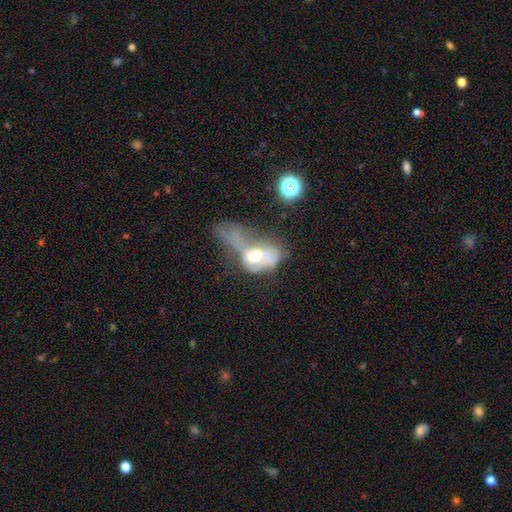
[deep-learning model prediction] Smooth or featured: featured or disk — 52% (smooth — 35%)
Edge-on disk: no — 93% (yes — 7%)
Merging: major disturbance — 53% (merger — 28%)